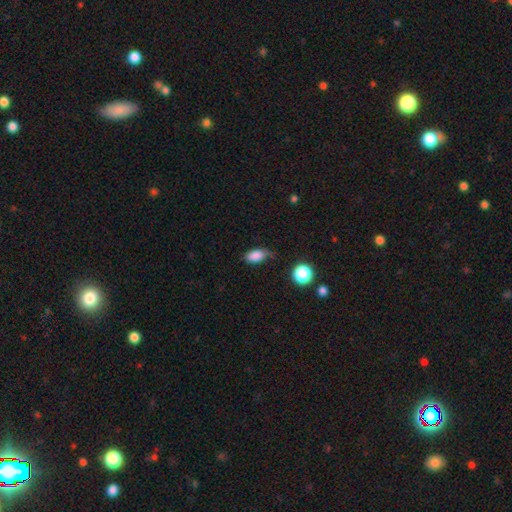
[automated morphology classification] Q: Smooth or featured?
A: smooth (84%); runner-up: star or artifact (10%)
Q: How rounded?
A: in between (88%); runner-up: round (9%)
Q: Merging?
A: none (54%); runner-up: minor disturbance (34%)